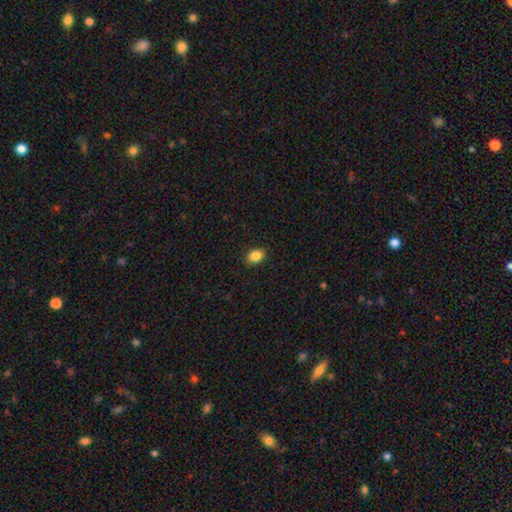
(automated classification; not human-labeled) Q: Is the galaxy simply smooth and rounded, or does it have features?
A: smooth — 87%.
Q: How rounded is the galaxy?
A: in between — 76%.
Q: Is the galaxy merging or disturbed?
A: none — 89%.